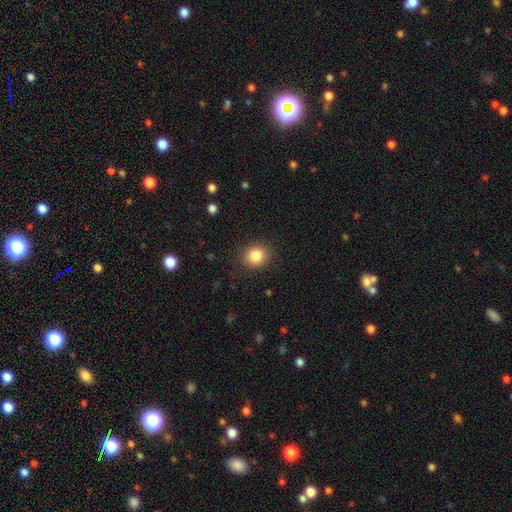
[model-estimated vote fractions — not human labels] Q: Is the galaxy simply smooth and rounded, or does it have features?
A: smooth — 85%.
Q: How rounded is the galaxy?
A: round — 82%.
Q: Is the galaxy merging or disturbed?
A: none — 89%.